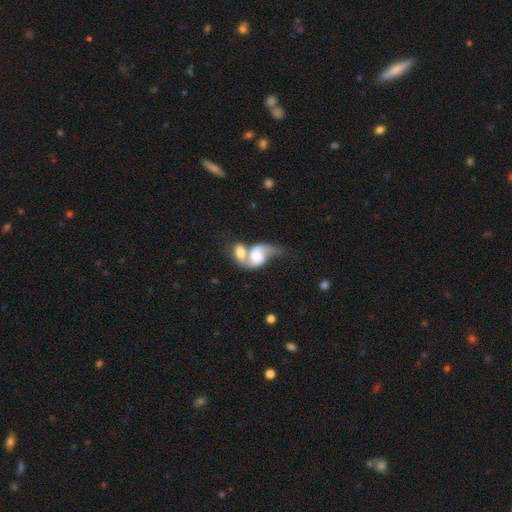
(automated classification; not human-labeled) Overall: featured or disk (57%; smooth 36%). Edge-on disk: no (96%). Bar: no (65%; weak 27%). Spiral arms: yes (78%). Bulge size: moderate (36%; large 28%). Merging: merger (77%).